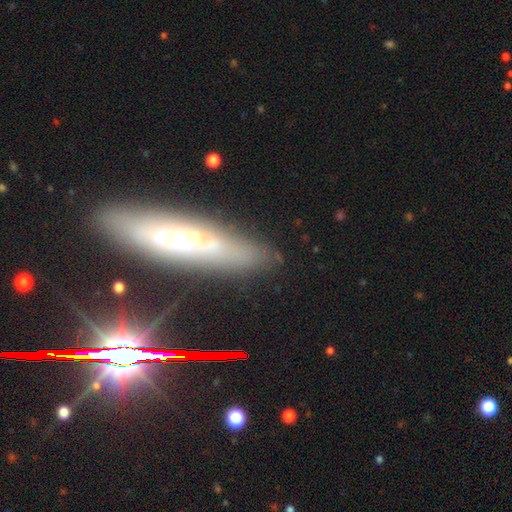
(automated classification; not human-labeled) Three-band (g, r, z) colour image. It shows a featured or disk galaxy (57%). Merging: none (75%).